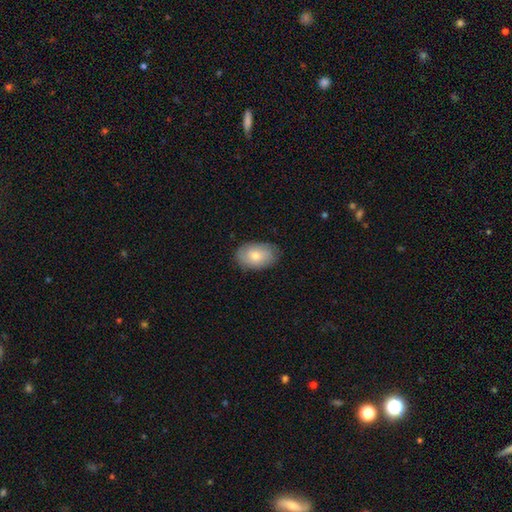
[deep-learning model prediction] smooth-or-featured: smooth: 78% | featured or disk: 17% | star or artifact: 6%
  how-rounded: in between: 89% | round: 10% | cigar-shaped: 1%
  merging: none: 80% | minor disturbance: 16% | major disturbance: 3% | merger: 1%